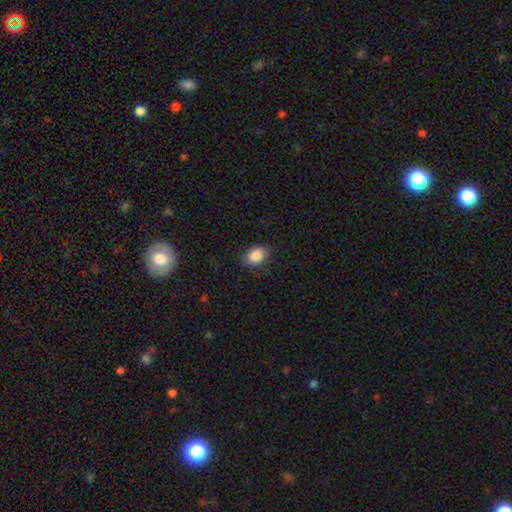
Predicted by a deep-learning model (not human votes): smooth 87%, star or artifact 8%, featured or disk 5%. Down the decision tree: how rounded — in between (75%); merging — none (82%).